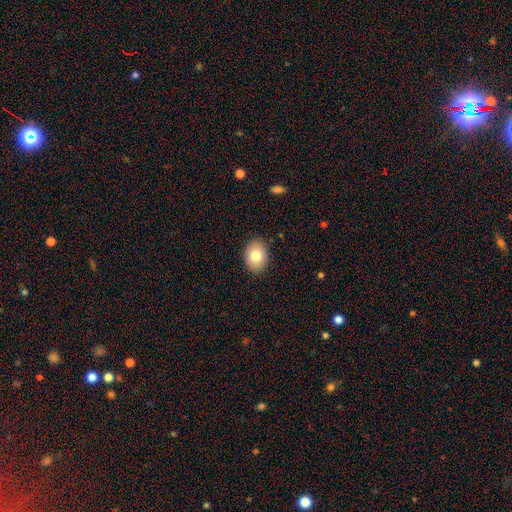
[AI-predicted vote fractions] Morphology: type=smooth (81%); roundness=in between (64%); merging=none (88%).